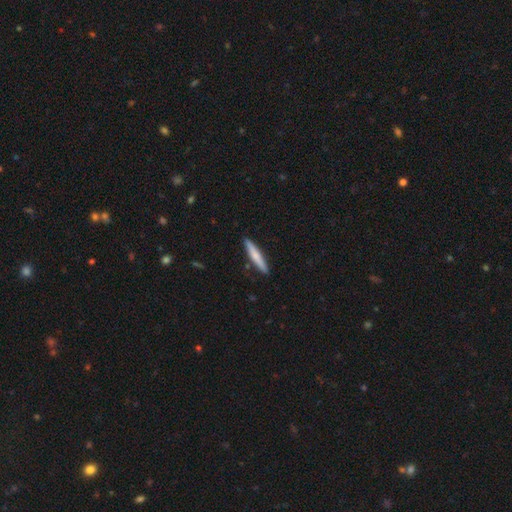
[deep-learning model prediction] This appears to be a smooth galaxy with no disk features (70%) that is cigar-shaped (93%). Merging: none (90%).